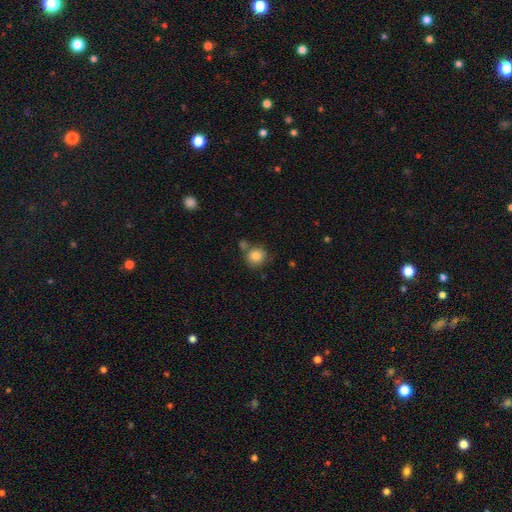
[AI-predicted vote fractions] smooth-or-featured: smooth: 83% | star or artifact: 10% | featured or disk: 7%
  how-rounded: round: 88% | in between: 11% | cigar-shaped: 1%
  merging: none: 67% | merger: 17% | minor disturbance: 13% | major disturbance: 4%